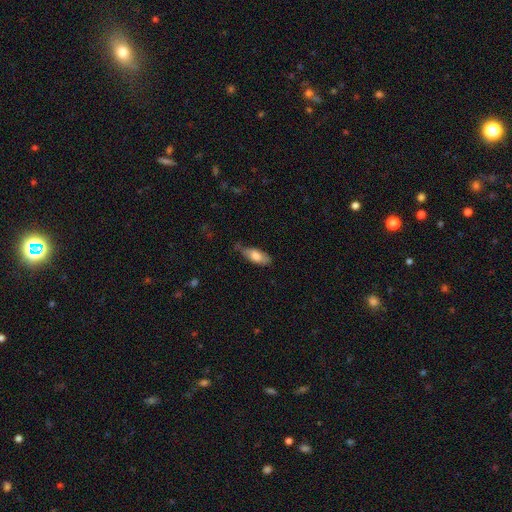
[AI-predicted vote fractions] Smooth or featured?
  - smooth: 74% *
  - featured or disk: 19%
  - star or artifact: 7%
How rounded?
  - in between: 77% *
  - cigar-shaped: 21%
  - round: 2%
Merging?
  - none: 58% *
  - minor disturbance: 32%
  - major disturbance: 7%
  - merger: 2%